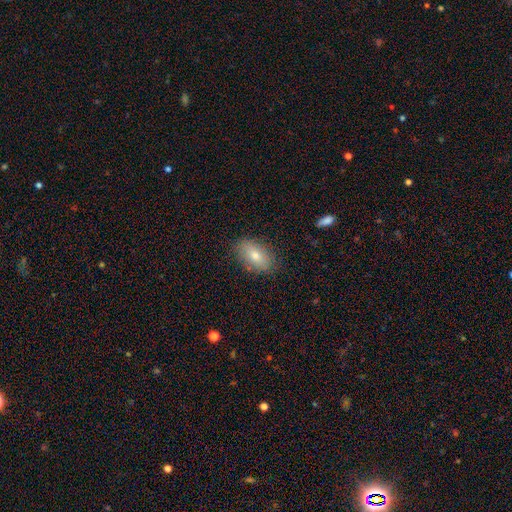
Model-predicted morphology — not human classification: Q: Smooth or featured?
A: smooth (75%); runner-up: featured or disk (17%)
Q: How rounded?
A: in between (91%); runner-up: round (6%)
Q: Merging?
A: none (84%); runner-up: minor disturbance (12%)